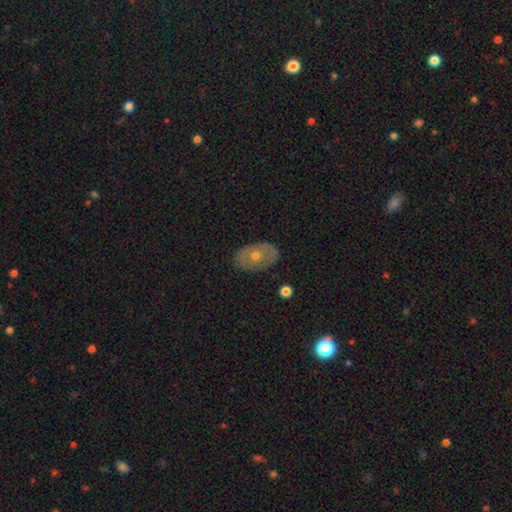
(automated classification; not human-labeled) featured or disk 55%, smooth 38%, star or artifact 7%. Down the decision tree: edge-on disk — no (91%); merging — none (80%).